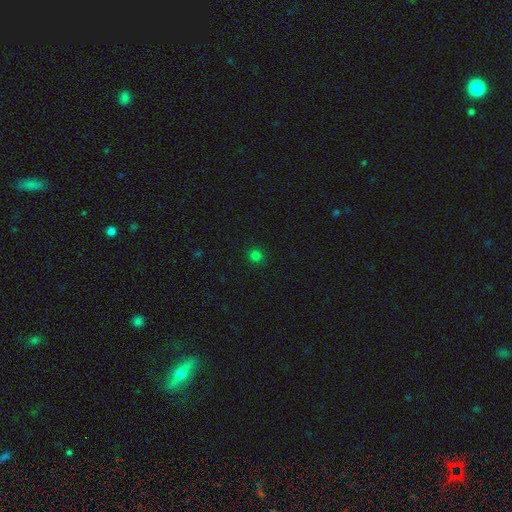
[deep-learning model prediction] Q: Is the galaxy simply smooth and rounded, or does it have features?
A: smooth — 78%.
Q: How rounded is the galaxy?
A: round — 89%.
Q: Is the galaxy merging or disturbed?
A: none — 90%.